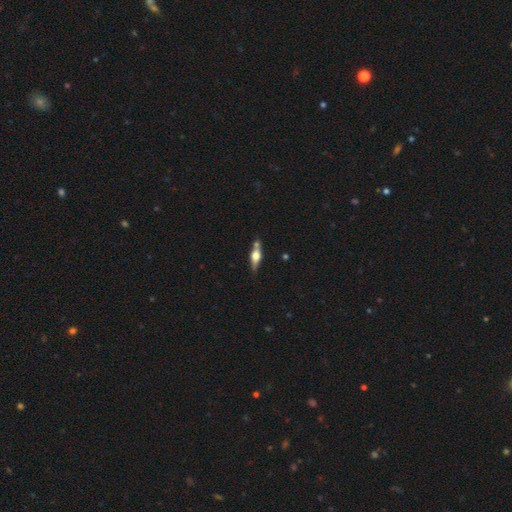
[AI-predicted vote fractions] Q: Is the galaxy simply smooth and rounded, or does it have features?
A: featured or disk — 59%.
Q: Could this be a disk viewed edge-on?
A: yes — 92%.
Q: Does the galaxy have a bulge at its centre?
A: rounded — 92%.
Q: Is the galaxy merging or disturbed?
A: none — 66%.